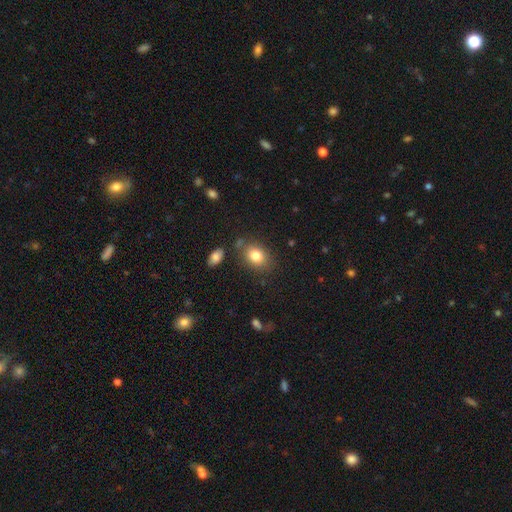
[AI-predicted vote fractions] Q: Smooth or featured?
A: smooth (81%); runner-up: star or artifact (9%)
Q: How rounded?
A: in between (64%); runner-up: round (34%)
Q: Merging?
A: none (76%); runner-up: minor disturbance (13%)